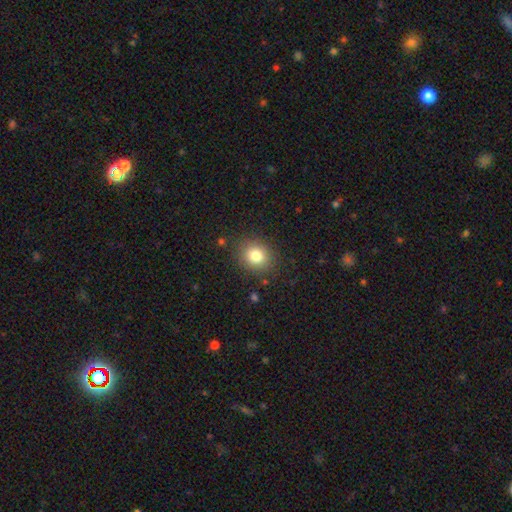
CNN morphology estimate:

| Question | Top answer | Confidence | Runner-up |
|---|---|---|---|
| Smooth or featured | smooth | 80% | star or artifact (12%) |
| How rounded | round | 74% | in between (25%) |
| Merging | none | 87% | minor disturbance (9%) |